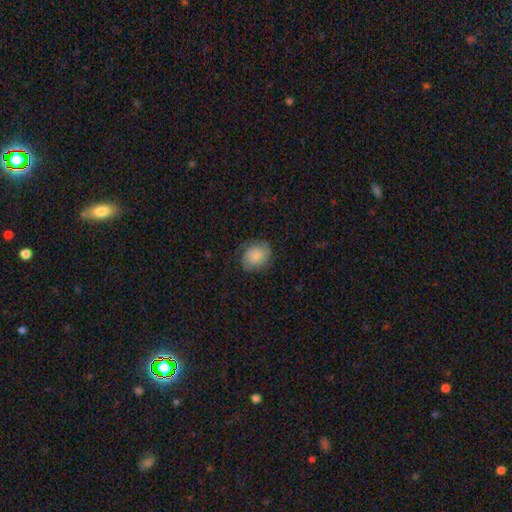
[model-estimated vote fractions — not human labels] This is possibly a smooth galaxy (49%). Merging: likely none (75%).